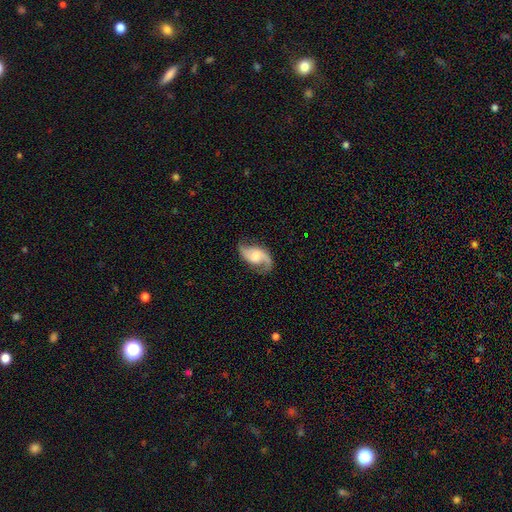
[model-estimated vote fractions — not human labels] This is clearly a featured or disk galaxy (84%). It is clearly not viewed edge-on (97%). Bar: possibly no (51%). Spiral arm pattern: clearly yes (96%). Spiral arm count: clearly 2 (90%). Spiral winding: possibly loose (52%). Central bulge: marginally moderate (41%). Merging: likely none (74%).